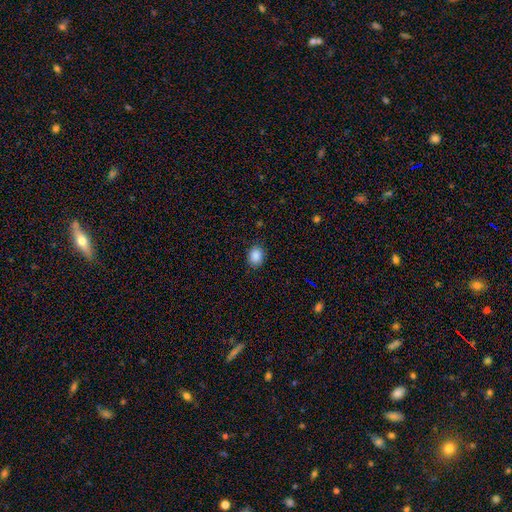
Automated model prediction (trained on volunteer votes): Q: Smooth or featured?
A: smooth (88%); runner-up: star or artifact (9%)
Q: How rounded?
A: in between (54%); runner-up: round (45%)
Q: Merging?
A: none (86%); runner-up: minor disturbance (10%)